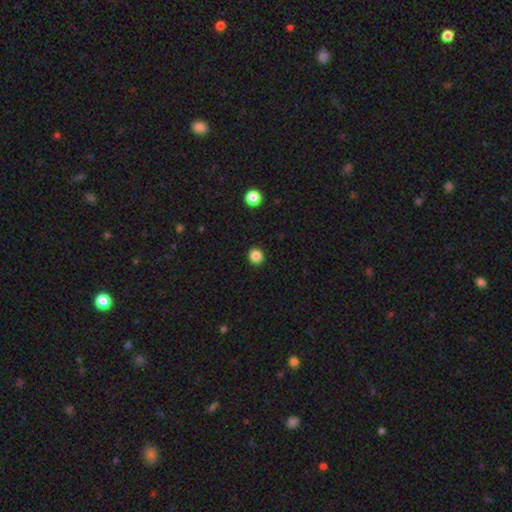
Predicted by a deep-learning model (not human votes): smooth-or-featured: smooth: 85% | star or artifact: 11% | featured or disk: 3%
  how-rounded: round: 90% | in between: 9% | cigar-shaped: 1%
  merging: none: 93% | minor disturbance: 5% | major disturbance: 2% | merger: 1%